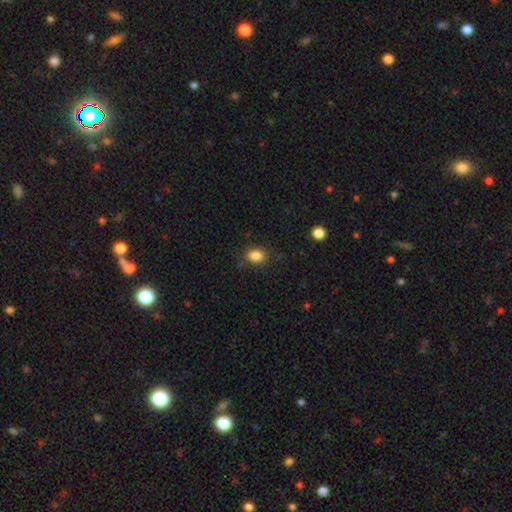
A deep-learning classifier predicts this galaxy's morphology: This appears to be a smooth galaxy with no disk features (85%) that is in between round and cigar-shaped (53%). Merging: none (81%).